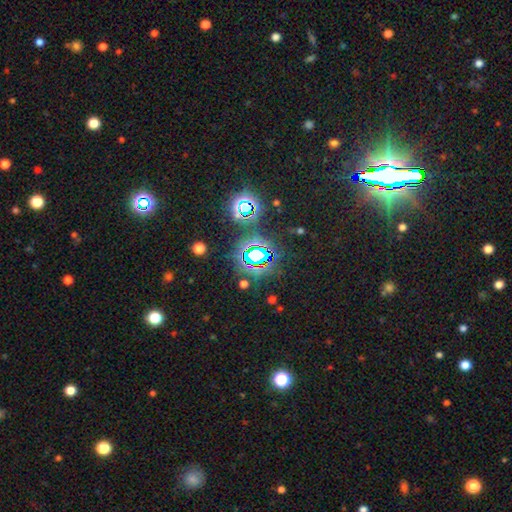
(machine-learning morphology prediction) A star or artifact, not a galaxy (81%).